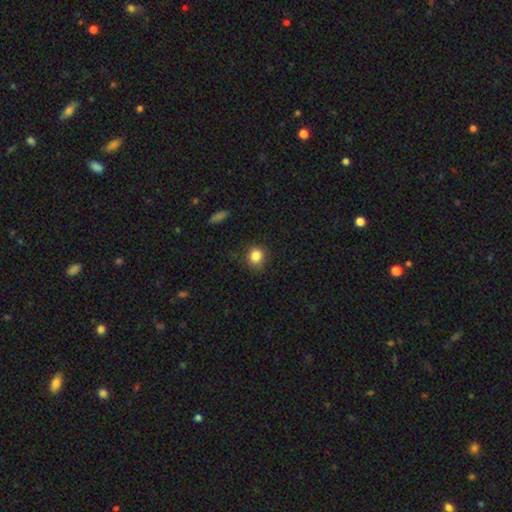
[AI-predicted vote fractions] Overall: smooth (85%). How rounded: round (78%). Merging: none (79%).